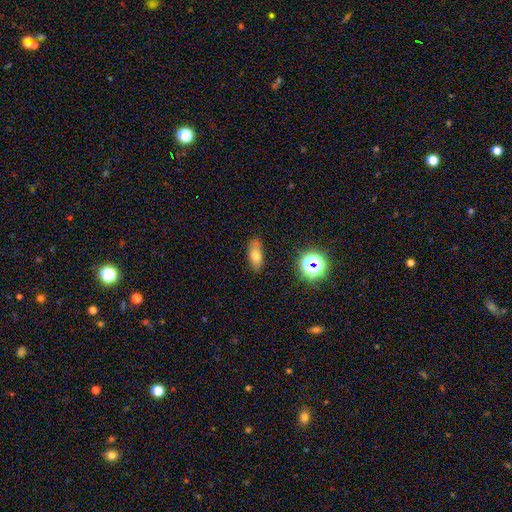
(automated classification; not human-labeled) smooth-or-featured: smooth: 71% | featured or disk: 16% | star or artifact: 13%
  how-rounded: in between: 79% | cigar-shaped: 14% | round: 6%
  merging: none: 81% | minor disturbance: 14% | major disturbance: 3% | merger: 2%